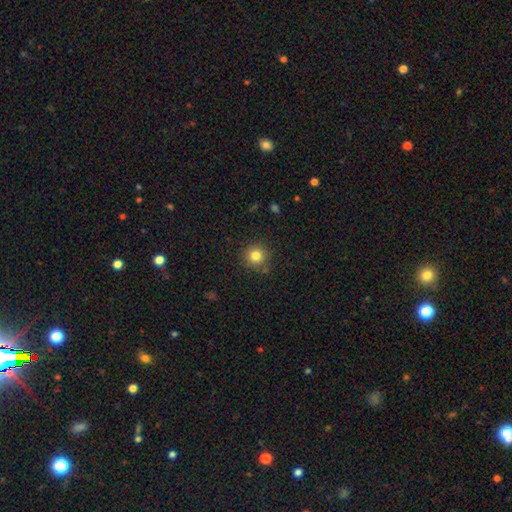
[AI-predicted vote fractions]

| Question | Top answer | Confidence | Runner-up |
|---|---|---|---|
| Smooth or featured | smooth | 81% | star or artifact (12%) |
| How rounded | round | 94% | in between (5%) |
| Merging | none | 87% | minor disturbance (8%) |